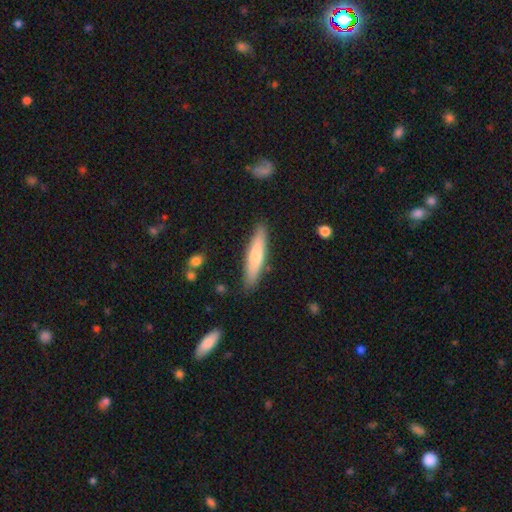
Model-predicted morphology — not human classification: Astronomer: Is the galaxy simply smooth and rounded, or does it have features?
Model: smooth — 63%.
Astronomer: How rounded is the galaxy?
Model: cigar-shaped — 85%.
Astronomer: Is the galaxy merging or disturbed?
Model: none — 88%.